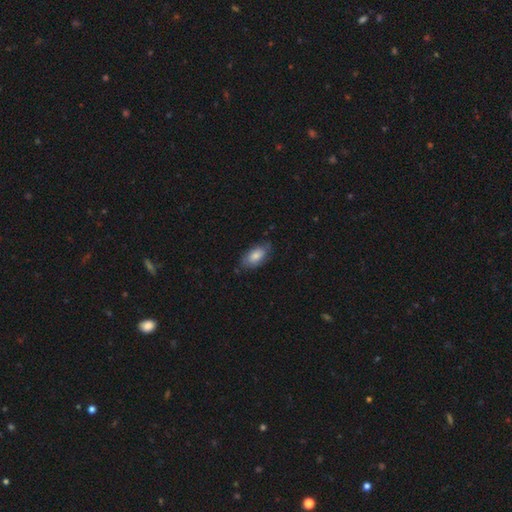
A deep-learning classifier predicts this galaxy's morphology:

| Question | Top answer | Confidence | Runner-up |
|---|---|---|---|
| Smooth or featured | smooth | 76% | featured or disk (18%) |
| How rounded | in between | 92% | cigar-shaped (4%) |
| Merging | none | 71% | minor disturbance (23%) |